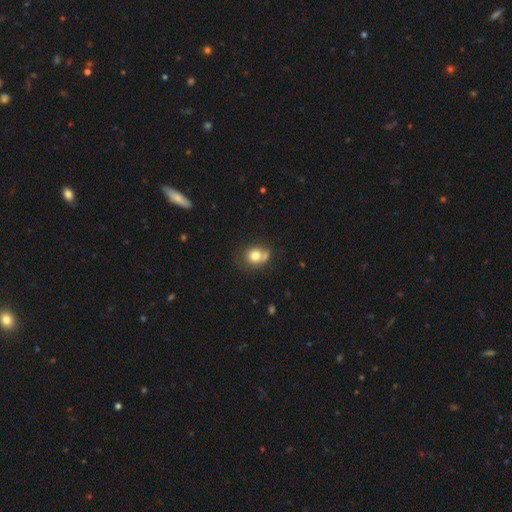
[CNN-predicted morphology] type=smooth (75%); roundness=round (63%); merging=none (48%).